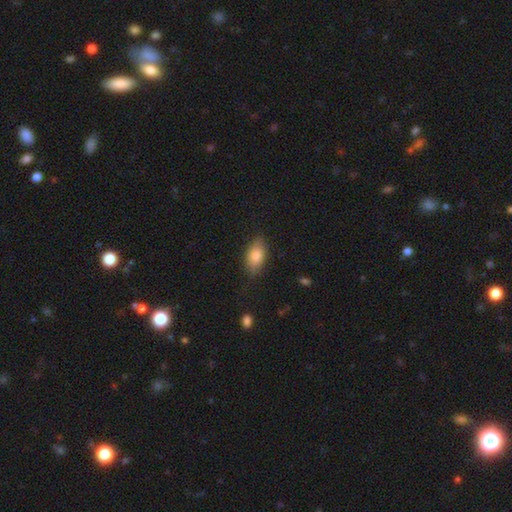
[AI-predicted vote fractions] Overall: smooth (81%). How rounded: in between (89%). Merging: none (77%).